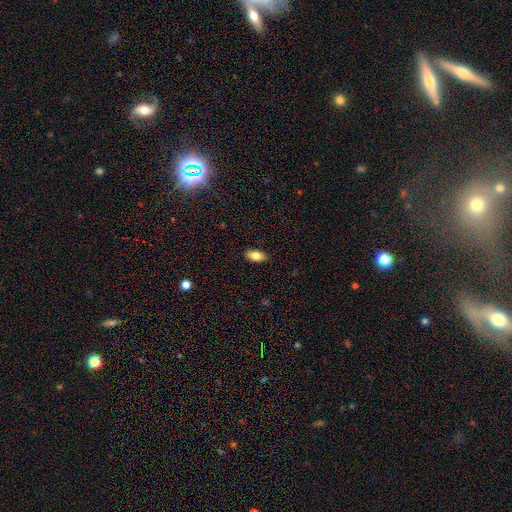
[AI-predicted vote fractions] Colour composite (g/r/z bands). It shows a smooth galaxy with no disk features (82%) that is in between round and cigar-shaped (90%). Merging: none (89%).